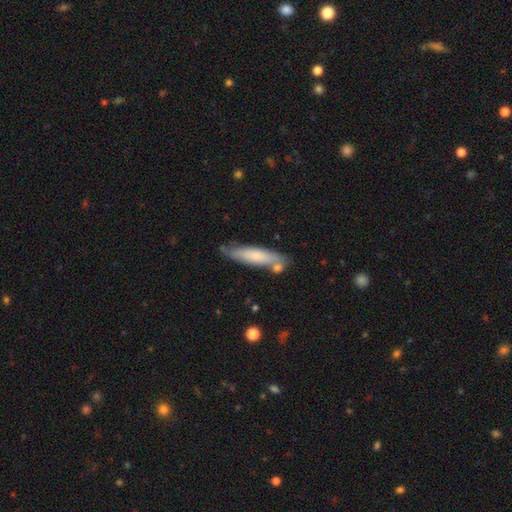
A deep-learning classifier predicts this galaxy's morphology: Smooth or featured? Predicted: smooth (p=0.63). How rounded? Predicted: cigar-shaped (p=0.82). Merging? Predicted: none (p=0.75).